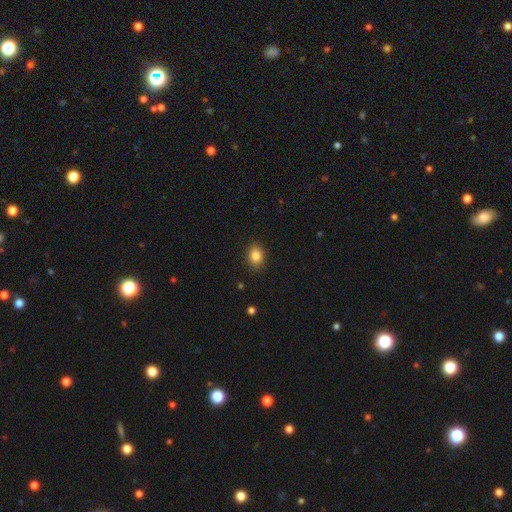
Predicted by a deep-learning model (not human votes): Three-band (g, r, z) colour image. It shows a smooth galaxy with no disk features (85%) that is in between round and cigar-shaped (57%). Merging: none (88%).